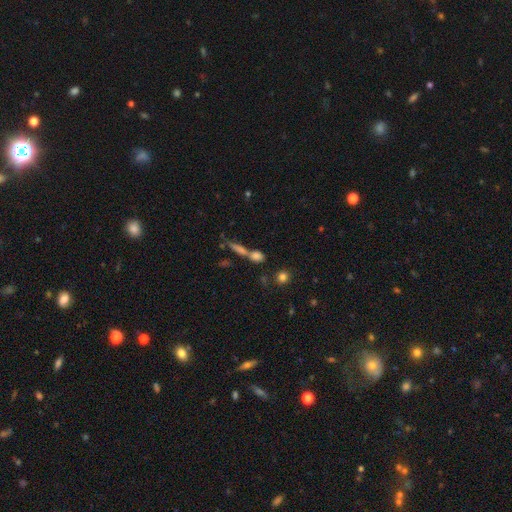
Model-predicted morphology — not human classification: This appears to be a smooth galaxy with no disk features (71%) that is in between round and cigar-shaped (43%). Merging: none (45%).